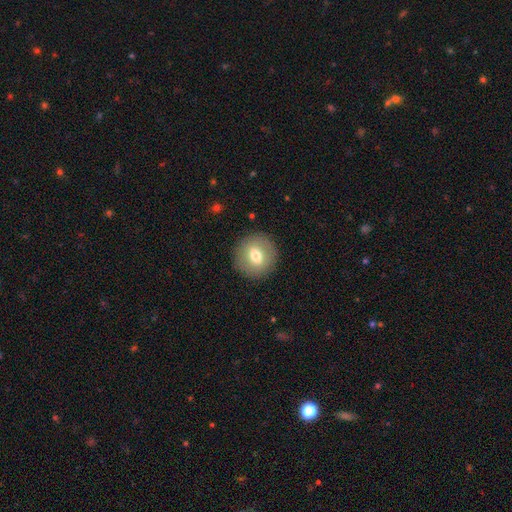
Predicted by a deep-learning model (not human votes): Morphology: type=smooth (68%); roundness=round (90%); merging=none (89%).